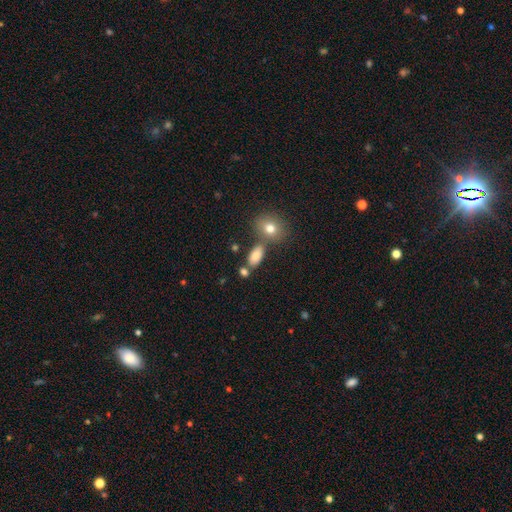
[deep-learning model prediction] Smooth or featured? smooth (82%)
How rounded? in between (87%)
Merging? none (62%)